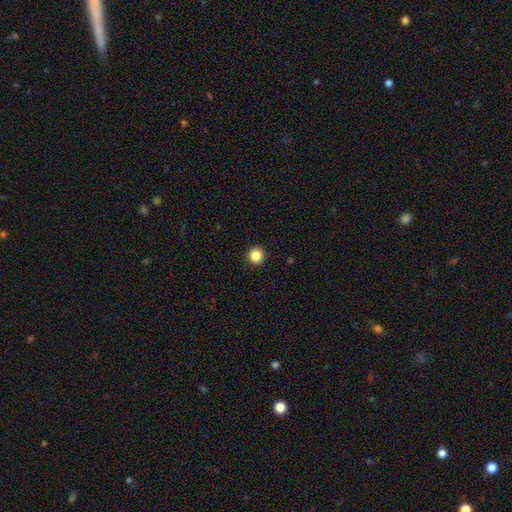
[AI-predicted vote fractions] This appears to be a smooth galaxy with no disk features (86%) that is round (96%). Merging: none (94%).